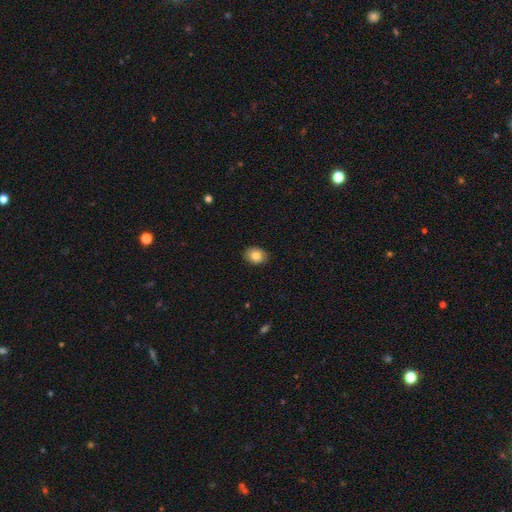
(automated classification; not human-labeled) A smooth galaxy with no disk features (84%) that is in between round and cigar-shaped (62%).

Vote fractions:
- Smooth or featured? smooth: 84% / featured or disk: 8% / star or artifact: 8%
- How rounded? in between: 62% / round: 37% / cigar-shaped: 1%
- Merging? none: 86% / minor disturbance: 11% / major disturbance: 2% / merger: 1%